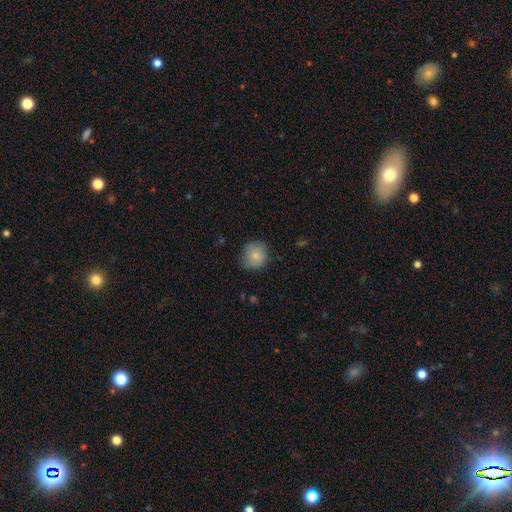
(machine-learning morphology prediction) smooth_or_featured: smooth (p=0.82) [alt: featured or disk p=0.10]
how_rounded: round (p=0.87) [alt: in between p=0.12]
merging: none (p=0.73) [alt: minor disturbance p=0.22]